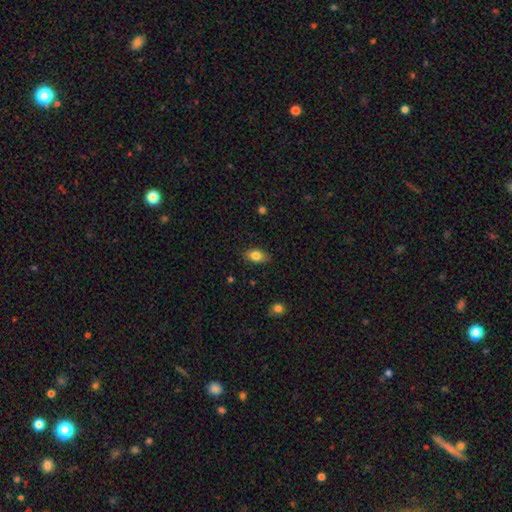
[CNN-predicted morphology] smooth-or-featured: smooth: 83% | featured or disk: 9% | star or artifact: 8%
  how-rounded: in between: 87% | round: 10% | cigar-shaped: 3%
  merging: none: 83% | minor disturbance: 13% | major disturbance: 3% | merger: 1%